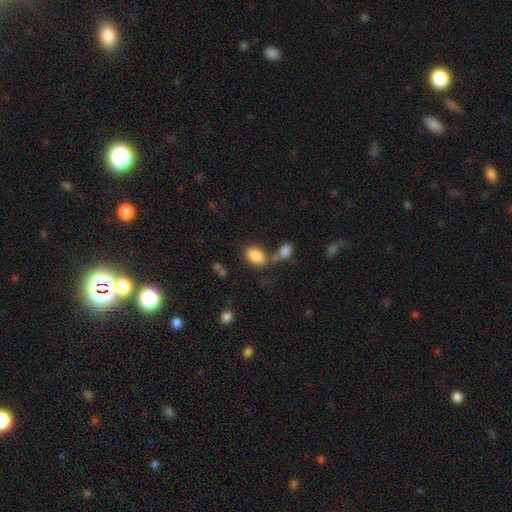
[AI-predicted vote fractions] Smooth or featured? smooth (86%)
How rounded? in between (86%)
Merging? none (59%)